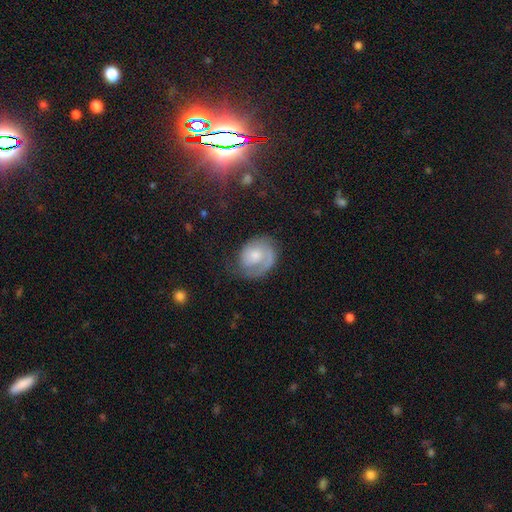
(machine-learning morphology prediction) This appears to be a featured or disk galaxy (67%) with no bar (72%), 1 (68%) tight (49%) spiral arms (90%) and a moderate central bulge (48%). Merging: none (58%).